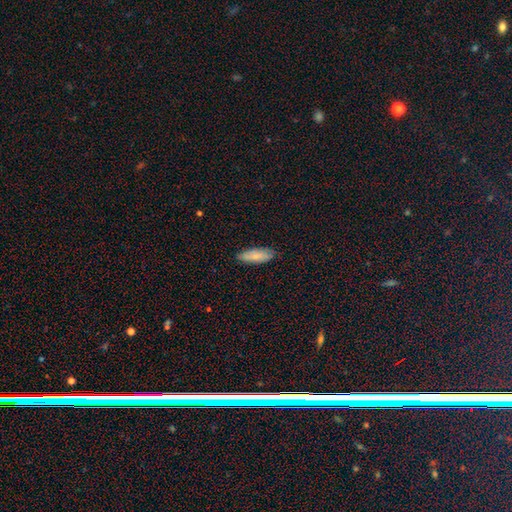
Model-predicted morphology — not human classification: smooth_or_featured: smooth (p=0.81) [alt: featured or disk p=0.13]
how_rounded: in between (p=0.58) [alt: cigar-shaped p=0.40]
merging: none (p=0.84) [alt: minor disturbance p=0.13]